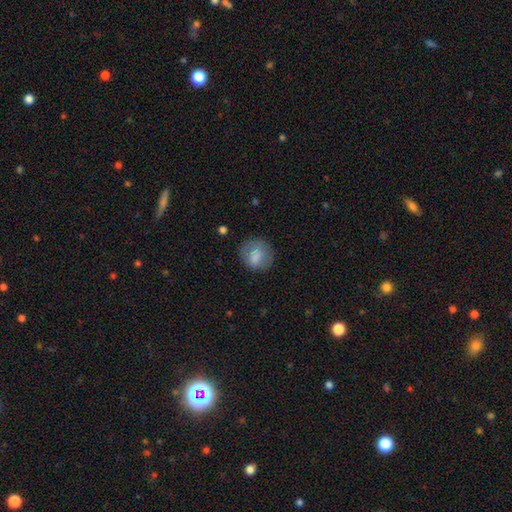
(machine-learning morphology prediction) Smooth or featured: smooth — 80% (featured or disk — 12%)
How rounded: round — 80% (in between — 19%)
Merging: none — 75% (minor disturbance — 17%)